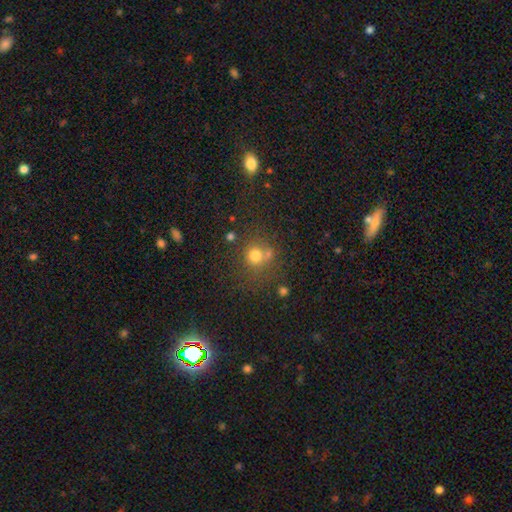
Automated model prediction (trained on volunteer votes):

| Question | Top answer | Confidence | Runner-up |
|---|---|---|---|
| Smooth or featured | smooth | 71% | star or artifact (19%) |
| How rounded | round | 87% | in between (12%) |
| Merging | none | 60% | merger (20%) |